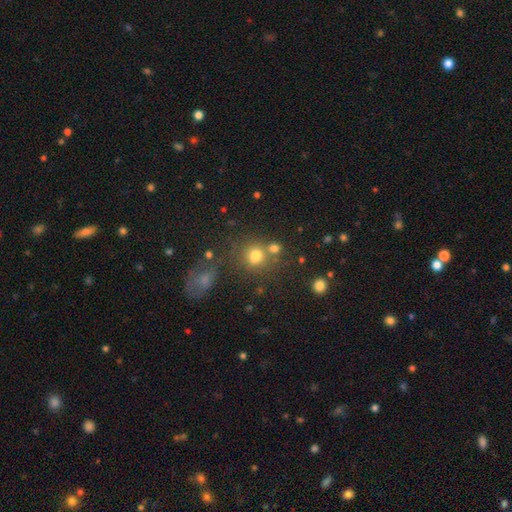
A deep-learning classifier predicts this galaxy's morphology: smooth_or_featured: smooth (p=0.74) [alt: star or artifact p=0.16]
how_rounded: round (p=0.82) [alt: in between p=0.17]
merging: none (p=0.57) [alt: merger p=0.25]